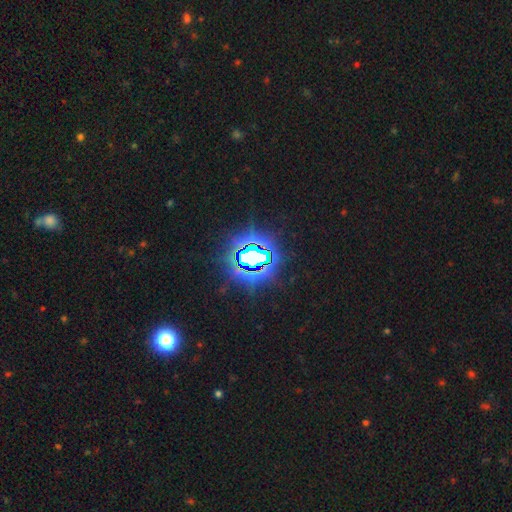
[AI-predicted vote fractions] Smooth or featured: star or artifact — 79% (smooth — 11%)